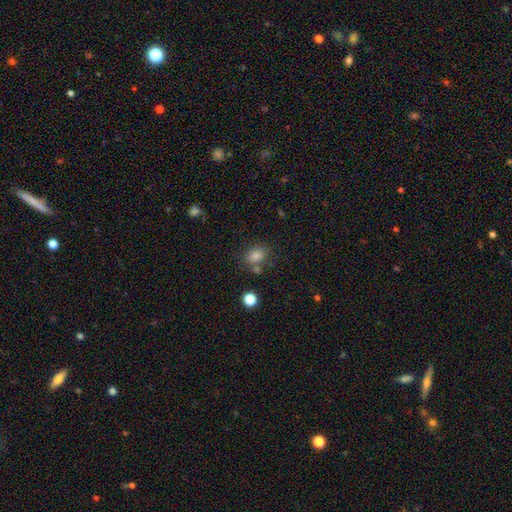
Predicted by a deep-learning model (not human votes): A smooth galaxy with no disk features (78%) that is in between round and cigar-shaped (61%).

Vote fractions:
- Smooth or featured? smooth: 78% / star or artifact: 15% / featured or disk: 7%
- How rounded? in between: 61% / round: 38% / cigar-shaped: 1%
- Merging? none: 71% / minor disturbance: 13% / merger: 12% / major disturbance: 4%